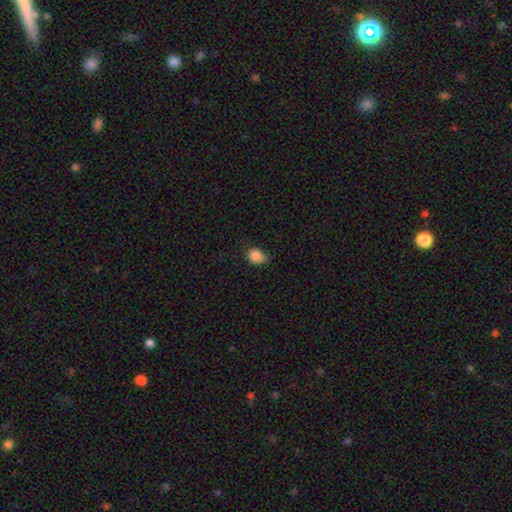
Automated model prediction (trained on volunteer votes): Morphology: type=smooth (85%); roundness=round (51%); merging=none (46%).